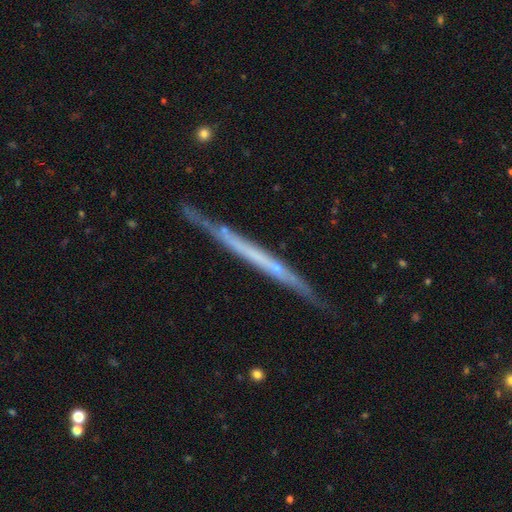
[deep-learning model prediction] A featured or disk galaxy (67%) viewed edge-on (95%) with no central bulge (87%). Merging: none (79%).